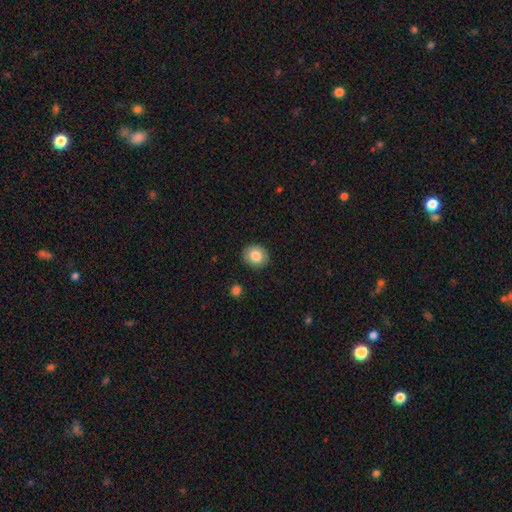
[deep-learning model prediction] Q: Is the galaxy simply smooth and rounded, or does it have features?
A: smooth — 83%.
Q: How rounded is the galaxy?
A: round — 72%.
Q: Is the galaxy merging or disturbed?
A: none — 89%.